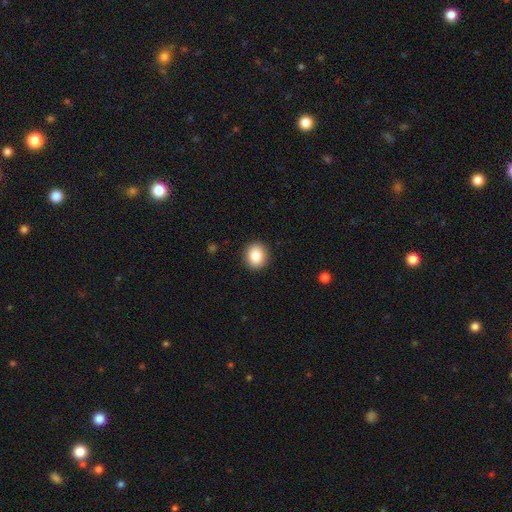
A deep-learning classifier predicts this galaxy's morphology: A smooth galaxy with no disk features (86%) that is round (79%).

Vote fractions:
- Smooth or featured? smooth: 86% / star or artifact: 9% / featured or disk: 5%
- How rounded? round: 79% / in between: 20% / cigar-shaped: 1%
- Merging? none: 91% / minor disturbance: 6% / major disturbance: 2% / merger: 1%